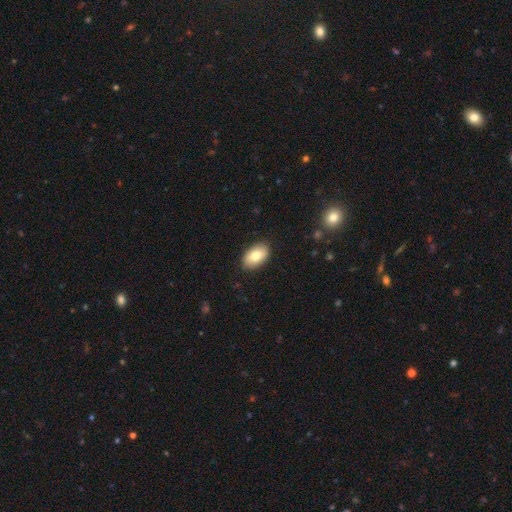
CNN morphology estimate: Smooth or featured?
  - smooth: 79% *
  - featured or disk: 14%
  - star or artifact: 7%
How rounded?
  - in between: 92% *
  - round: 7%
  - cigar-shaped: 1%
Merging?
  - none: 88% *
  - minor disturbance: 9%
  - major disturbance: 2%
  - merger: 1%